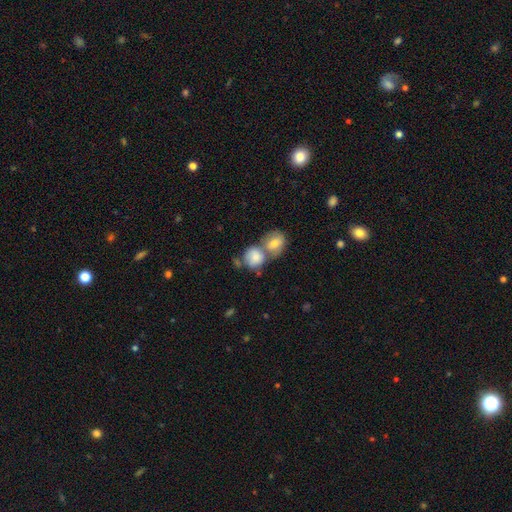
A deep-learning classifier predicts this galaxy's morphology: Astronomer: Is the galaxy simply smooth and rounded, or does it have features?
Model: smooth — 75%.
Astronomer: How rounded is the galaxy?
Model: round — 69%.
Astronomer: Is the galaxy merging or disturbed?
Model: merger — 65%.